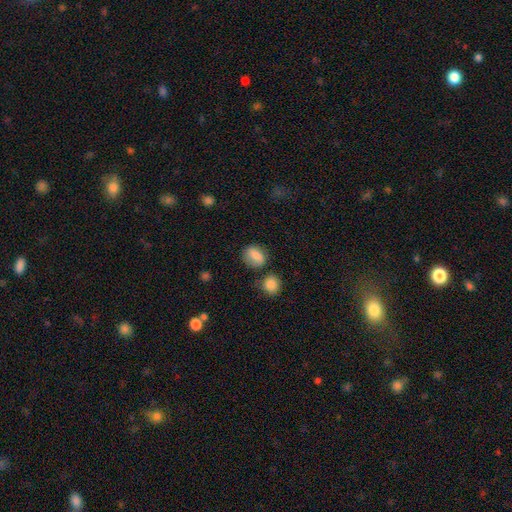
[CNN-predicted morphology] Smooth or featured?
  - smooth: 82% *
  - featured or disk: 9%
  - star or artifact: 9%
How rounded?
  - in between: 58% *
  - round: 39%
  - cigar-shaped: 2%
Merging?
  - none: 66% *
  - minor disturbance: 19%
  - merger: 9%
  - major disturbance: 6%